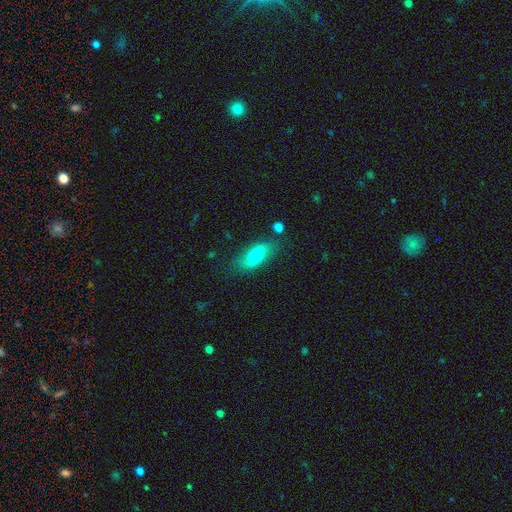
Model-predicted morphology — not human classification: Smooth or featured?
  - smooth: 66% *
  - featured or disk: 26%
  - star or artifact: 7%
How rounded?
  - in between: 82% *
  - cigar-shaped: 14%
  - round: 5%
Merging?
  - none: 76% *
  - minor disturbance: 17%
  - major disturbance: 4%
  - merger: 3%